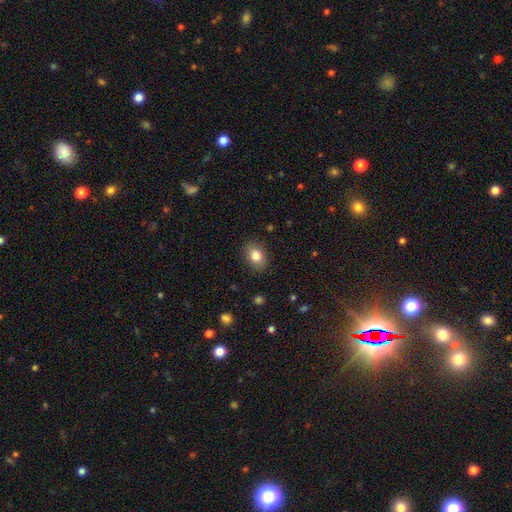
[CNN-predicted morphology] Q: Smooth or featured?
A: smooth (82%); runner-up: star or artifact (9%)
Q: How rounded?
A: in between (71%); runner-up: round (28%)
Q: Merging?
A: none (86%); runner-up: minor disturbance (10%)